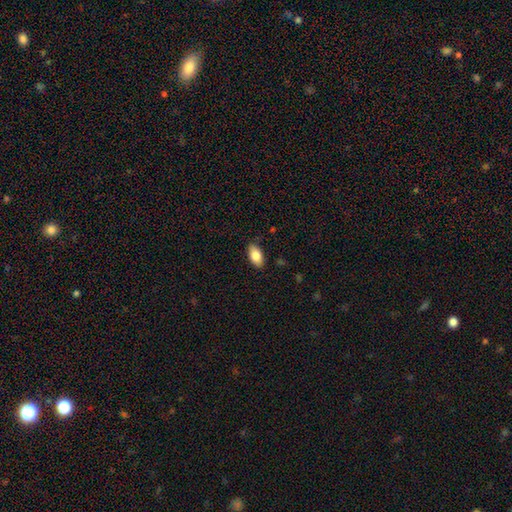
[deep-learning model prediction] This is clearly a smooth galaxy (84%). How rounded: clearly in between (92%). Merging: clearly none (86%).